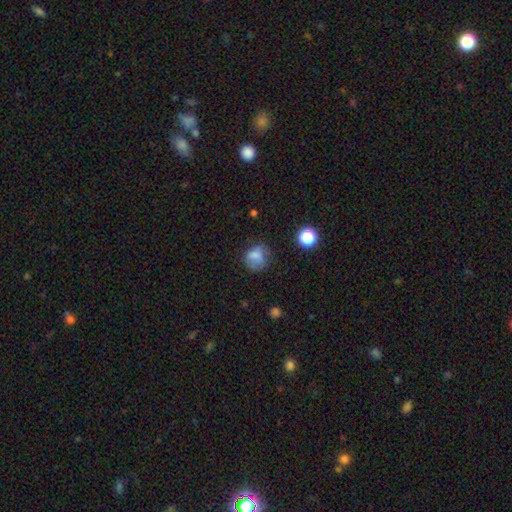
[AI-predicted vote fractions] smooth 72%, featured or disk 15%, star or artifact 13%. Down the decision tree: how rounded — round (69%); merging — none (54%).